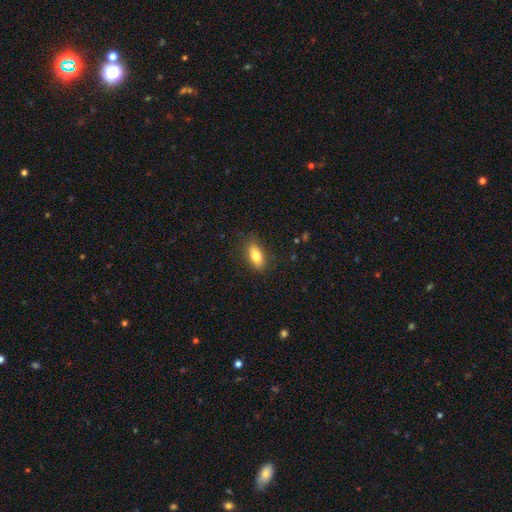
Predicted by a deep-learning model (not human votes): A smooth galaxy with no disk features (79%) that is in between round and cigar-shaped (81%). Merging: none (83%).